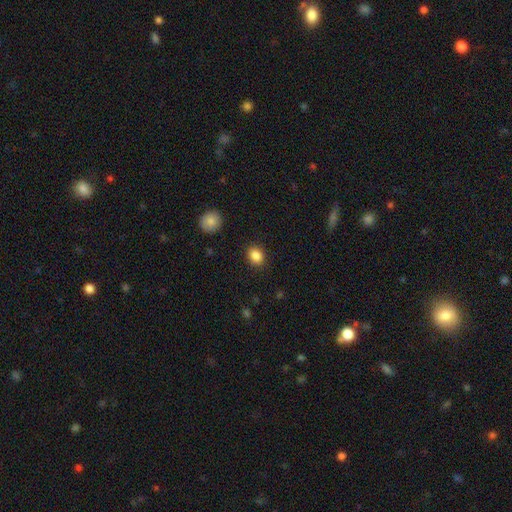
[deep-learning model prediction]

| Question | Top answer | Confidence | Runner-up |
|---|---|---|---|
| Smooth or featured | smooth | 86% | star or artifact (10%) |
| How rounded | round | 57% | in between (42%) |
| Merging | none | 88% | minor disturbance (8%) |